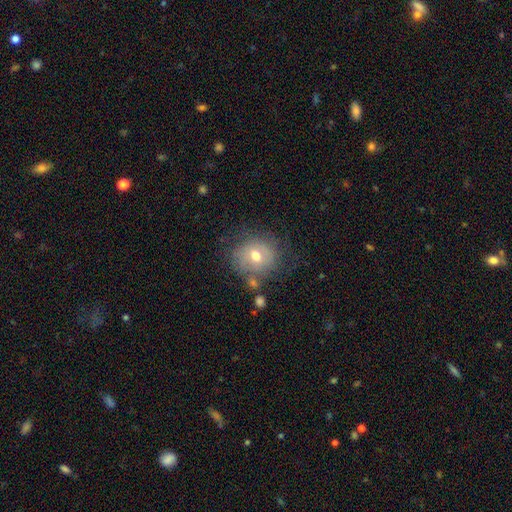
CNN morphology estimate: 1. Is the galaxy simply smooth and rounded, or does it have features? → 56% smooth, 32% featured or disk, 12% star or artifact.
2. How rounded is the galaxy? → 85% round, 14% in between, 1% cigar-shaped.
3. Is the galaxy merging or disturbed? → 66% none, 19% minor disturbance, 9% major disturbance, 6% merger.